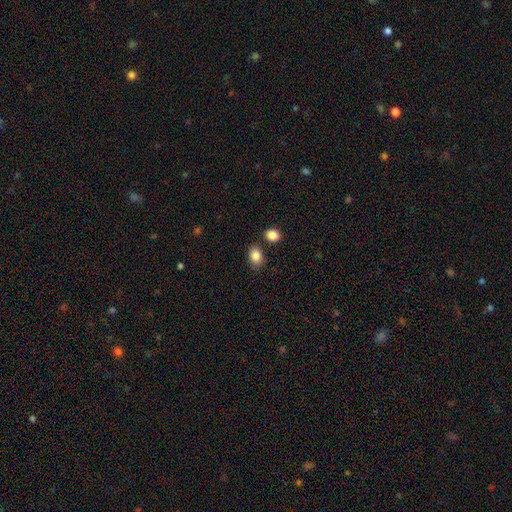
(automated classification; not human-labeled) Smooth or featured: smooth — 86% (star or artifact — 8%)
How rounded: in between — 74% (round — 25%)
Merging: none — 72% (minor disturbance — 14%)